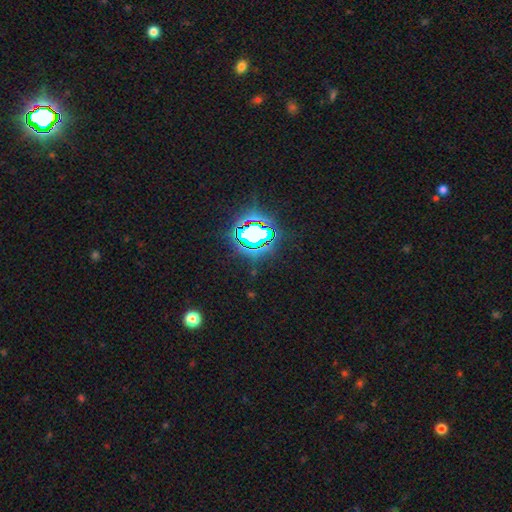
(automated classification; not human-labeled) Smooth or featured? Predicted: star or artifact (p=0.73).